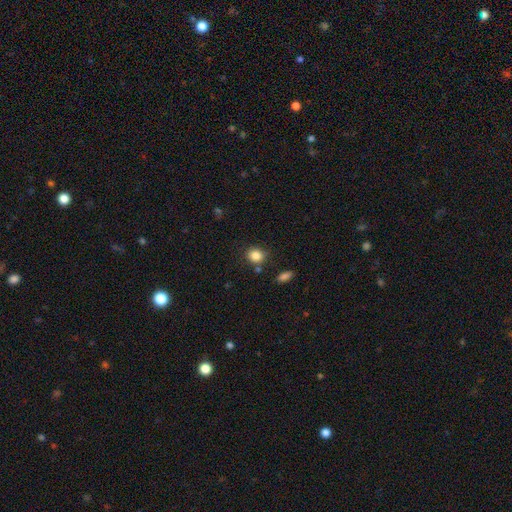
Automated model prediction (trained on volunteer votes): A smooth galaxy with no disk features (85%) that is round (74%). Merging: none (75%).